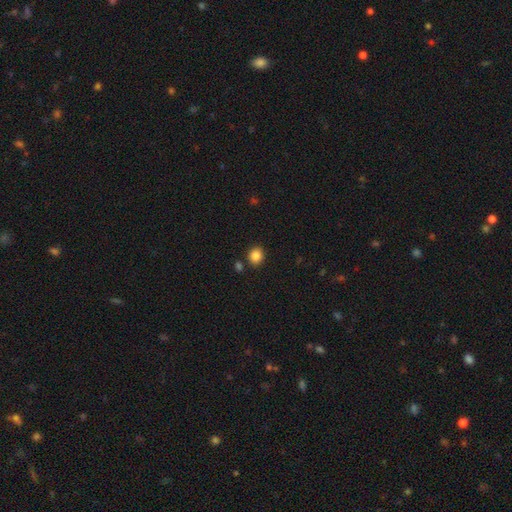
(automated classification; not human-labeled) This is clearly a smooth galaxy (86%). How rounded: likely round (76%). Merging: clearly none (85%).